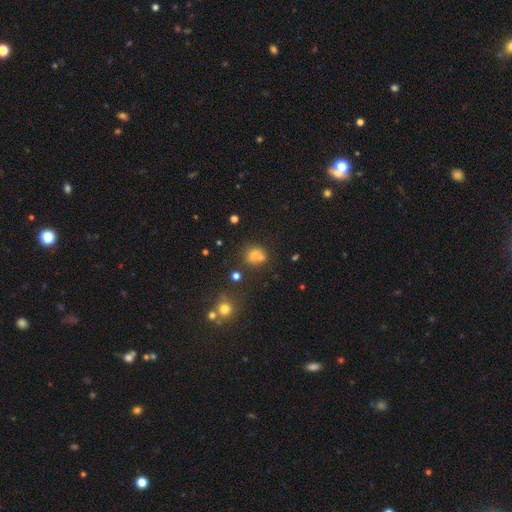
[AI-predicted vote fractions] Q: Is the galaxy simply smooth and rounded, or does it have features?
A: smooth — 68%.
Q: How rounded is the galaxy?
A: round — 71%.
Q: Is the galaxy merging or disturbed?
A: none — 45%.